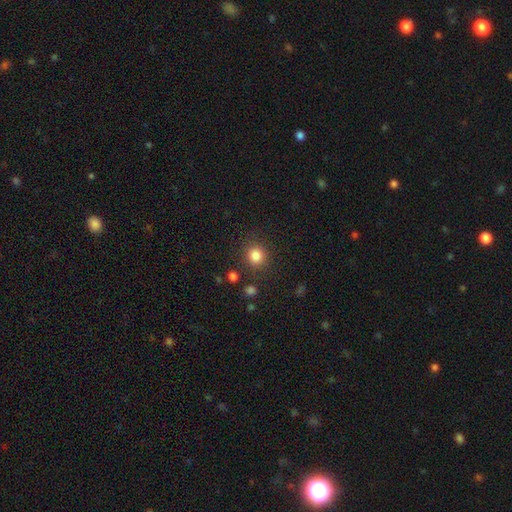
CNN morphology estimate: The model was most divided on "smooth or featured": smooth: 84%, star or artifact: 12%, featured or disk: 5%. More confident: how rounded — round (87%); merging — none (85%).